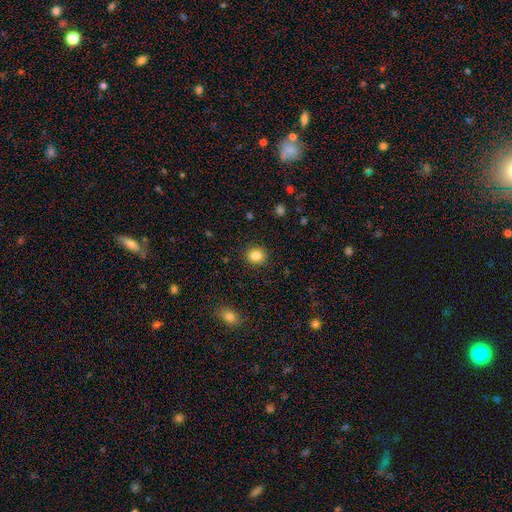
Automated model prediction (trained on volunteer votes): smooth 85%, star or artifact 11%, featured or disk 4%. Down the decision tree: how rounded — round (76%); merging — none (89%).